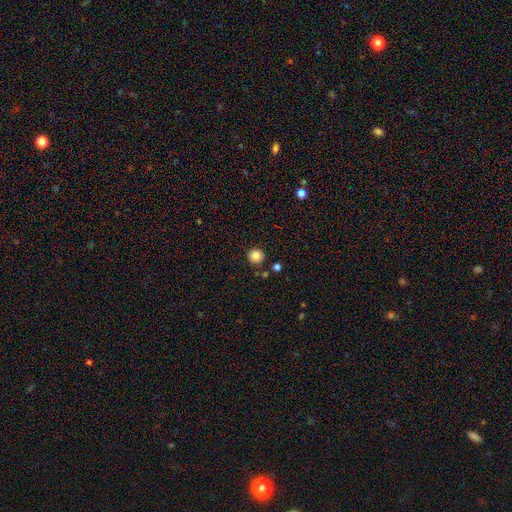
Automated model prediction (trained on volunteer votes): Smooth or featured?
  - smooth: 85% *
  - star or artifact: 11%
  - featured or disk: 4%
How rounded?
  - round: 95% *
  - in between: 4%
  - cigar-shaped: 1%
Merging?
  - none: 88% *
  - minor disturbance: 6%
  - merger: 3%
  - major disturbance: 2%